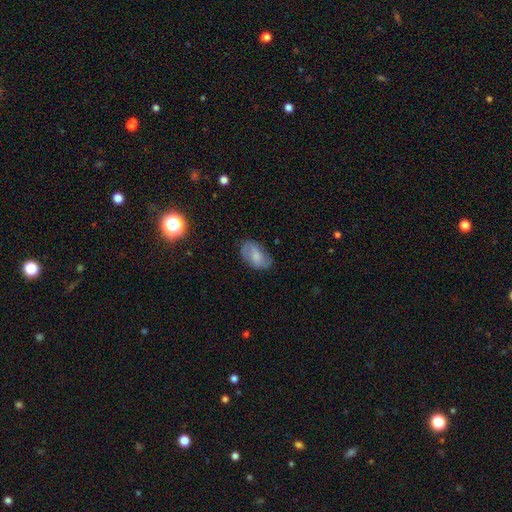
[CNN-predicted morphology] A smooth galaxy with no disk features (64%) that is in between round and cigar-shaped (92%).

Vote fractions:
- Smooth or featured? smooth: 64% / featured or disk: 28% / star or artifact: 8%
- How rounded? in between: 92% / round: 6% / cigar-shaped: 2%
- Merging? none: 71% / minor disturbance: 21% / major disturbance: 6% / merger: 1%